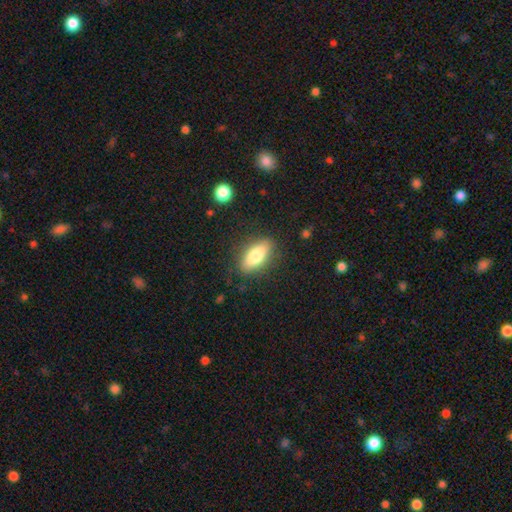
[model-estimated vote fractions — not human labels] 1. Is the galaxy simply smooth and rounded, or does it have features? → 75% smooth, 18% featured or disk, 7% star or artifact.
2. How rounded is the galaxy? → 78% in between, 18% cigar-shaped, 3% round.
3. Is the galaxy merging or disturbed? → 84% none, 11% minor disturbance, 3% major disturbance, 1% merger.